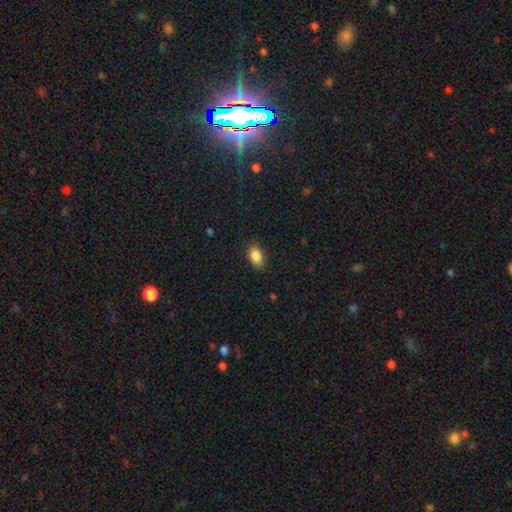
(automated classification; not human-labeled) Overall: smooth (87%). How rounded: in between (89%). Merging: none (83%).